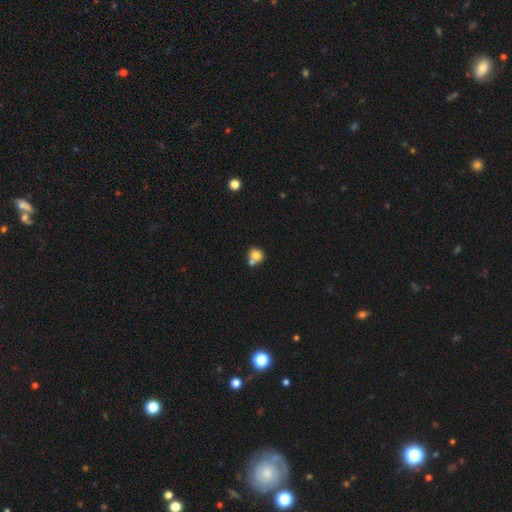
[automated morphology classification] A smooth galaxy with no disk features (79%) that is round (77%).

Vote fractions:
- Smooth or featured? smooth: 79% / featured or disk: 11% / star or artifact: 10%
- How rounded? round: 77% / in between: 22% / cigar-shaped: 1%
- Merging? none: 45% / merger: 43% / minor disturbance: 9% / major disturbance: 3%